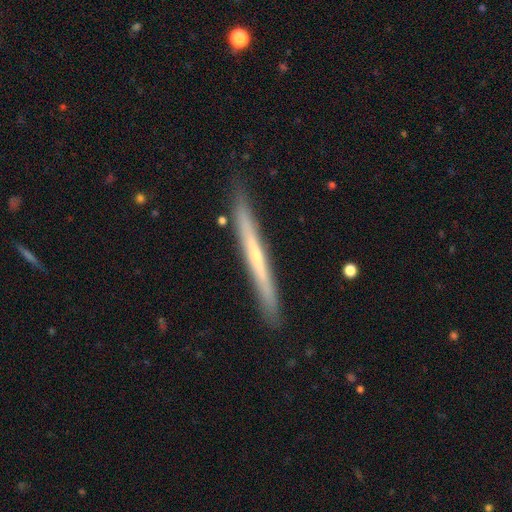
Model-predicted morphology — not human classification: type=featured or disk (61%); edge-on=yes (96%); edge-on bulge=none (64%); merging=none (88%).